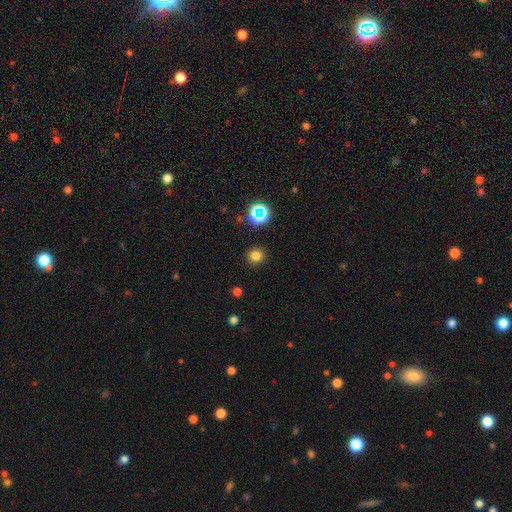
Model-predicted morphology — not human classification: Smooth or featured? Predicted: smooth (p=0.77). How rounded? Predicted: round (p=0.87). Merging? Predicted: none (p=0.90).